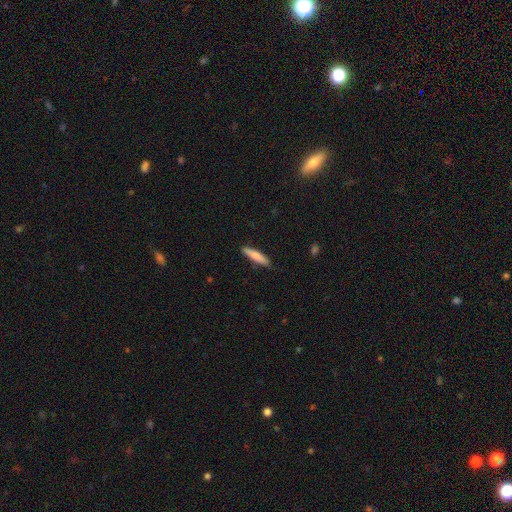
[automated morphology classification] A smooth galaxy with no disk features (78%) that is cigar-shaped (84%).

Vote fractions:
- Smooth or featured? smooth: 78% / featured or disk: 17% / star or artifact: 6%
- How rounded? cigar-shaped: 84% / in between: 14% / round: 1%
- Merging? none: 86% / minor disturbance: 11% / major disturbance: 2% / merger: 1%